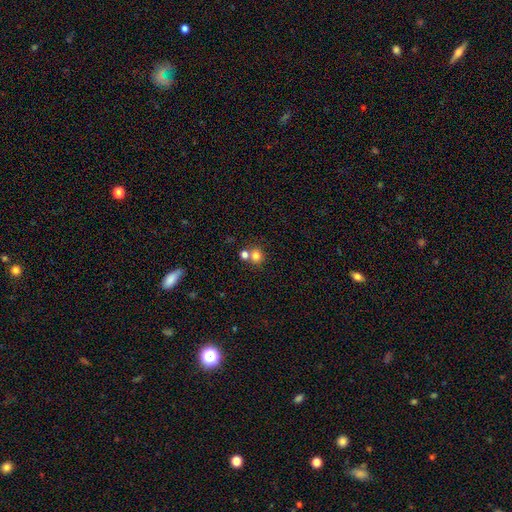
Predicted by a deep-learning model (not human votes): A smooth galaxy with no disk features (79%) that is round (82%).

Vote fractions:
- Smooth or featured? smooth: 79% / star or artifact: 13% / featured or disk: 8%
- How rounded? round: 82% / in between: 17% / cigar-shaped: 1%
- Merging? none: 57% / merger: 33% / minor disturbance: 7% / major disturbance: 3%